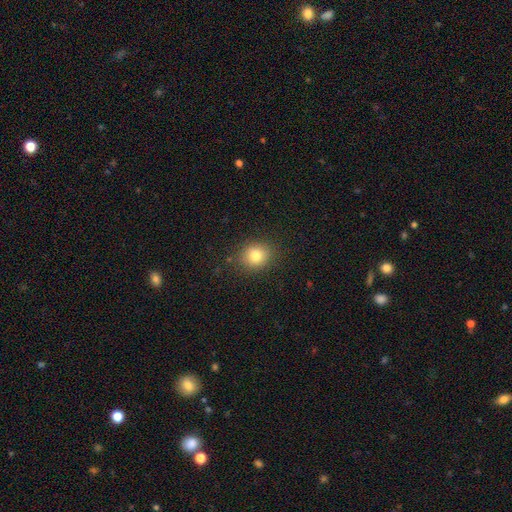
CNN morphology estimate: smooth-or-featured: smooth: 81% | star or artifact: 12% | featured or disk: 8%
  how-rounded: round: 75% | in between: 24% | cigar-shaped: 1%
  merging: none: 86% | minor disturbance: 9% | major disturbance: 3% | merger: 1%